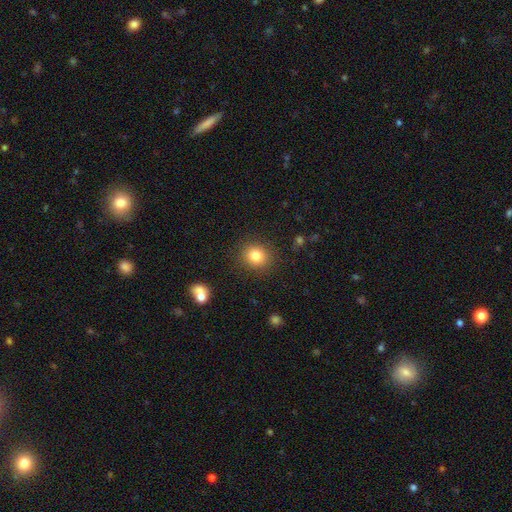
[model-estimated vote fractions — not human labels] Smooth or featured? smooth (82%)
How rounded? round (84%)
Merging? none (89%)